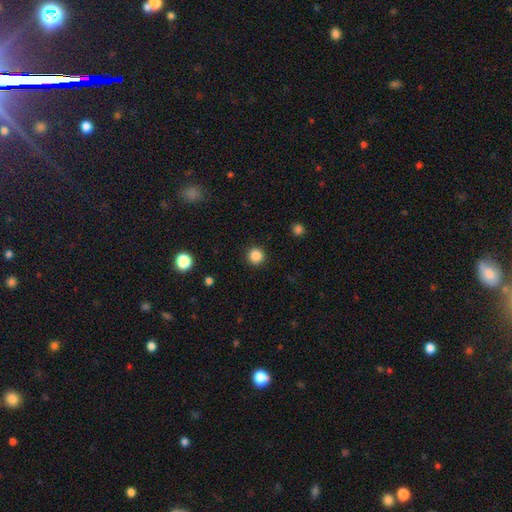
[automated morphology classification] smooth 87%, star or artifact 11%, featured or disk 3%. Down the decision tree: how rounded — round (96%); merging — none (92%).